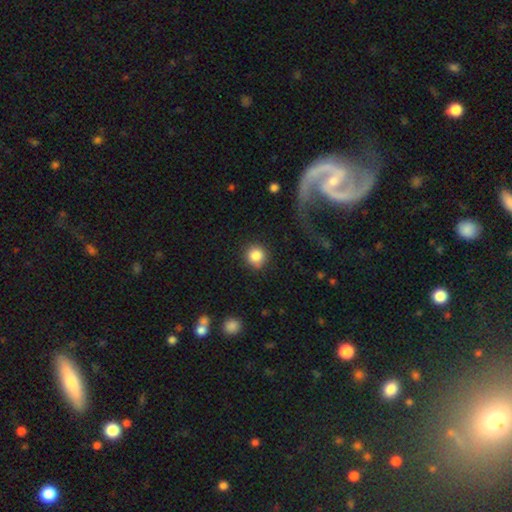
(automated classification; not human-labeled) Smooth or featured? smooth (85%)
How rounded? round (93%)
Merging? none (85%)